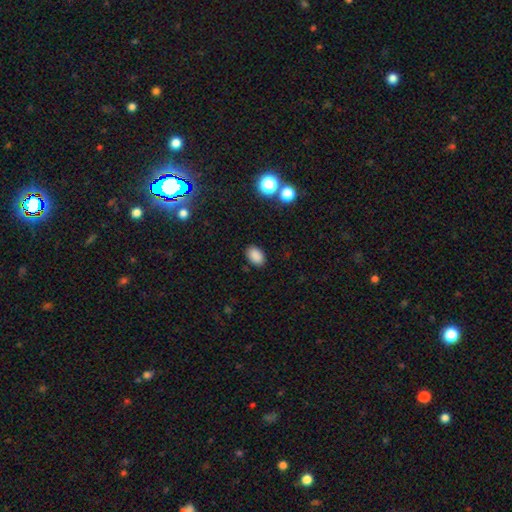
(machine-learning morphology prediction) Smooth or featured?
  - smooth: 86% *
  - star or artifact: 10%
  - featured or disk: 3%
How rounded?
  - in between: 87% *
  - round: 12%
  - cigar-shaped: 1%
Merging?
  - none: 88% *
  - minor disturbance: 9%
  - major disturbance: 2%
  - merger: 1%